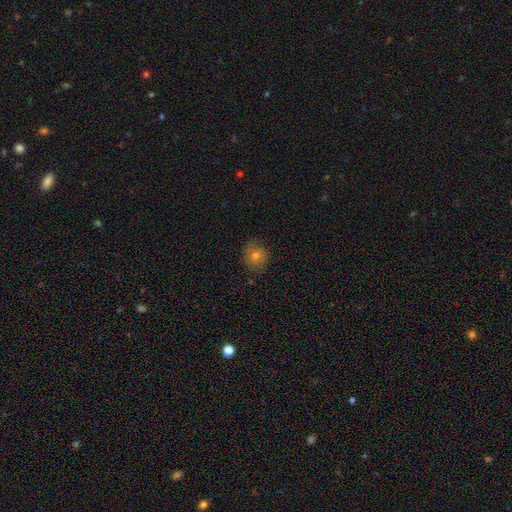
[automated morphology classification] This appears to be a smooth galaxy with no disk features (68%) that is round (78%). Merging: none (83%).